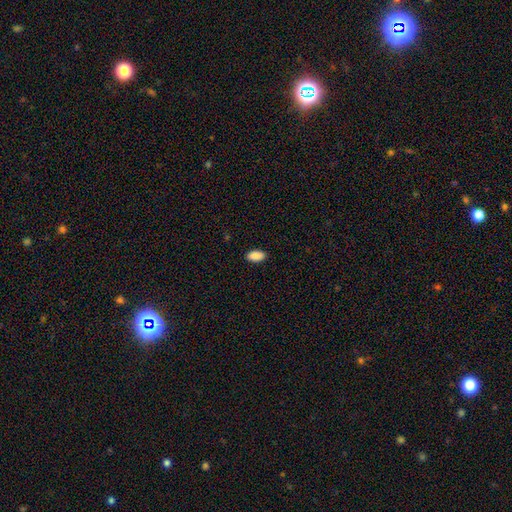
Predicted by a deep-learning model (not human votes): The model was most divided on "merging": none: 90%, minor disturbance: 8%, major disturbance: 2%, merger: 1%. More confident: how rounded — in between (93%); smooth or featured — smooth (90%).